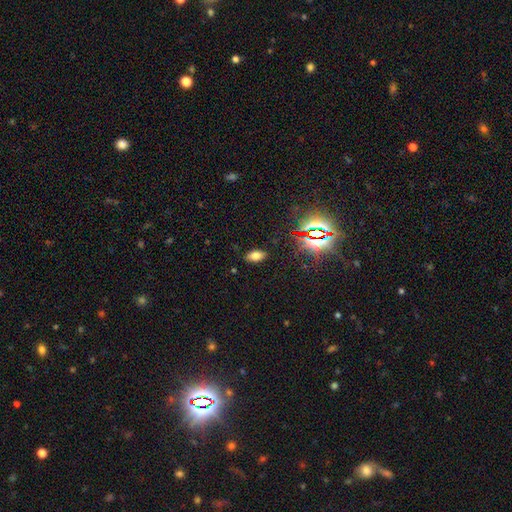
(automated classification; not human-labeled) Smooth or featured: smooth — 69% (star or artifact — 20%)
How rounded: in between — 90% (cigar-shaped — 5%)
Merging: none — 87% (minor disturbance — 9%)